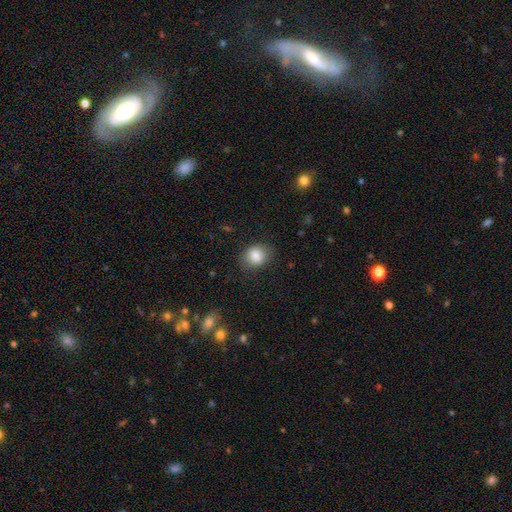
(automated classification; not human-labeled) Smooth or featured: smooth — 85% (star or artifact — 9%)
How rounded: round — 55% (in between — 44%)
Merging: none — 80% (minor disturbance — 15%)